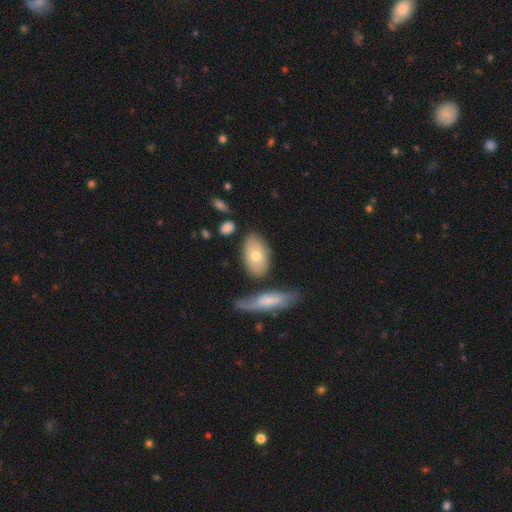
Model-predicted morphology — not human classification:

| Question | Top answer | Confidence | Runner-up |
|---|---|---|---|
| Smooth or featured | smooth | 68% | featured or disk (26%) |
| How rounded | in between | 89% | round (6%) |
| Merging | none | 67% | minor disturbance (17%) |